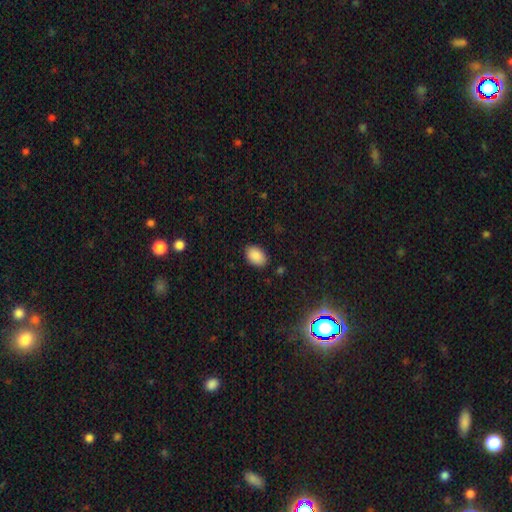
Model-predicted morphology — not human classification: Overall: smooth (89%). How rounded: in between (87%). Merging: none (86%).